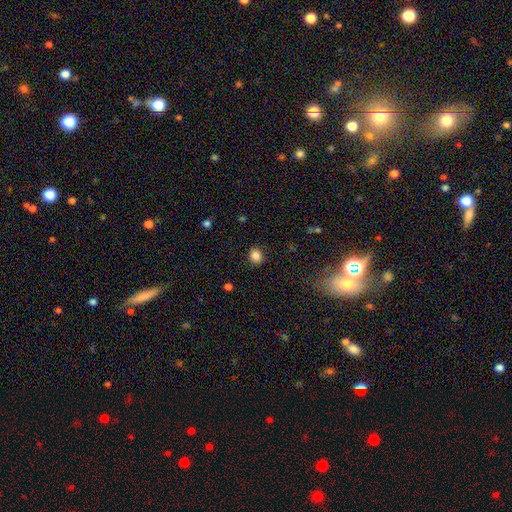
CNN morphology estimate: smooth 85%, star or artifact 11%, featured or disk 4%. Down the decision tree: how rounded — round (73%); merging — none (88%).